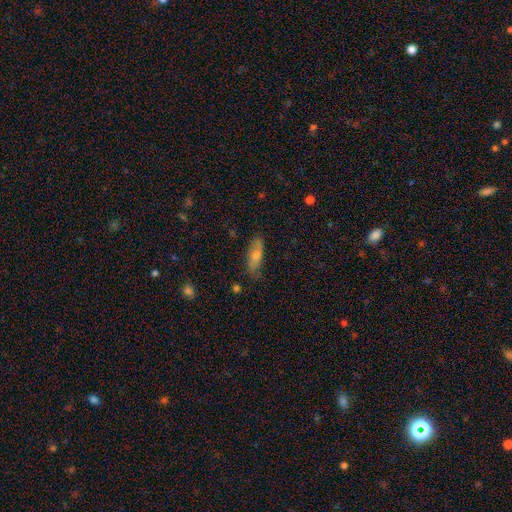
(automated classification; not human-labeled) A smooth galaxy with no disk features (70%) that is in between round and cigar-shaped (60%). Merging: none (75%).